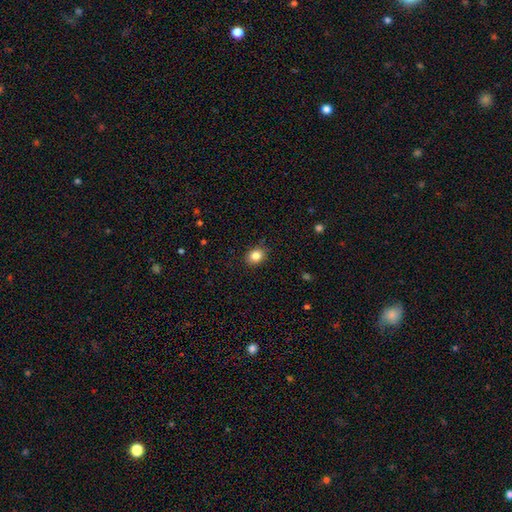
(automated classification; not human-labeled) Morphology: type=smooth (85%); roundness=round (50%); merging=none (88%).